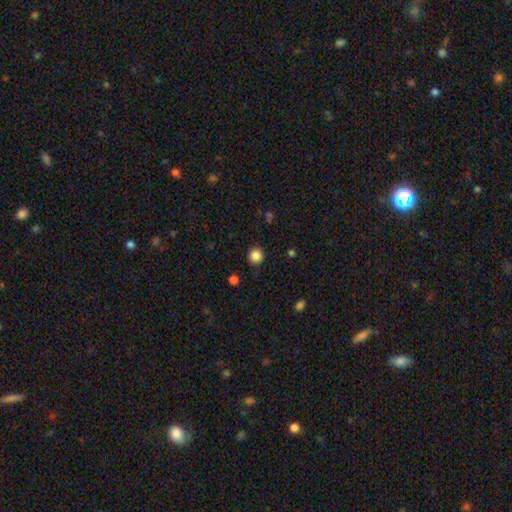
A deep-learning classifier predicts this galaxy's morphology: Smooth or featured?
  - smooth: 85% *
  - star or artifact: 11%
  - featured or disk: 4%
How rounded?
  - round: 90% *
  - in between: 9%
  - cigar-shaped: 1%
Merging?
  - none: 86% *
  - minor disturbance: 10%
  - major disturbance: 3%
  - merger: 1%